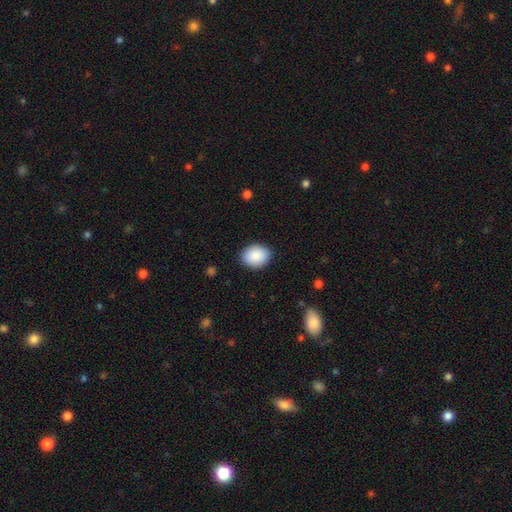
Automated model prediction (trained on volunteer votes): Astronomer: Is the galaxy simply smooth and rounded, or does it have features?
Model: smooth — 89%.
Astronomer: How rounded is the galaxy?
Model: in between — 54% (runner-up: round, 45%).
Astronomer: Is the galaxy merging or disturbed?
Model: none — 88%.